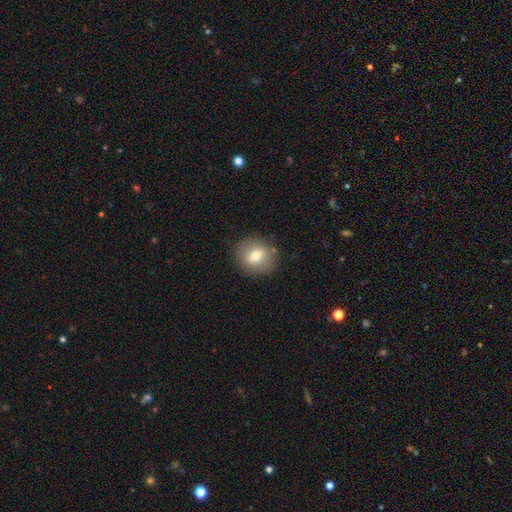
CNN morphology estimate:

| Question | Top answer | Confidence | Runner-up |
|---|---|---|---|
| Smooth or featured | smooth | 68% | featured or disk (22%) |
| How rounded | round | 77% | in between (22%) |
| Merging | none | 85% | minor disturbance (9%) |